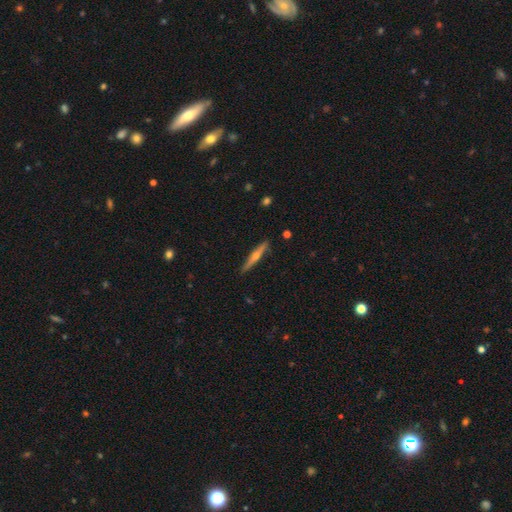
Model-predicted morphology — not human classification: type=featured or disk (64%); edge-on=yes (97%); edge-on bulge=rounded (87%); merging=none (90%).